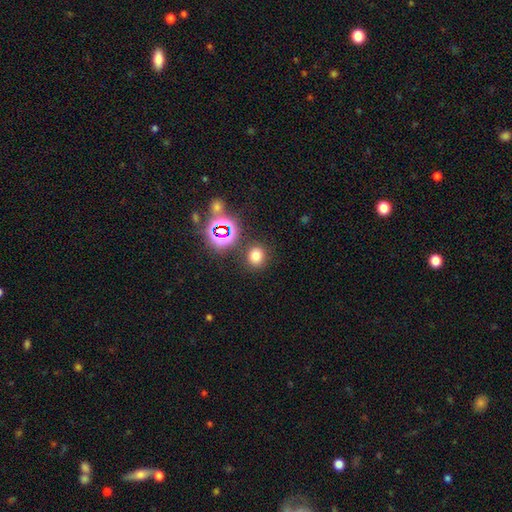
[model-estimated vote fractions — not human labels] Overall: smooth (71%). How rounded: round (75%). Merging: none (85%).